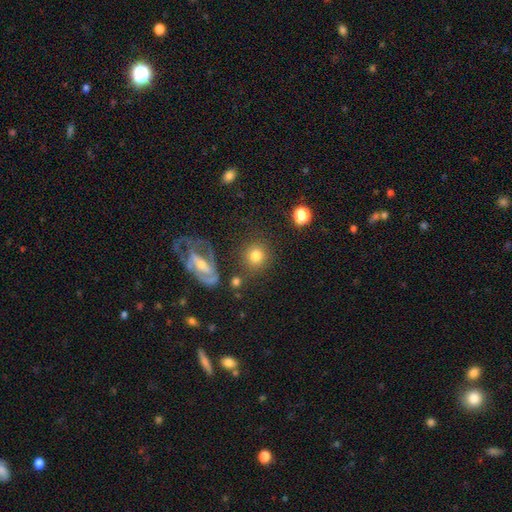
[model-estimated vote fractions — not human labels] A smooth galaxy with no disk features (74%) that is round (86%). Merging: none (72%).